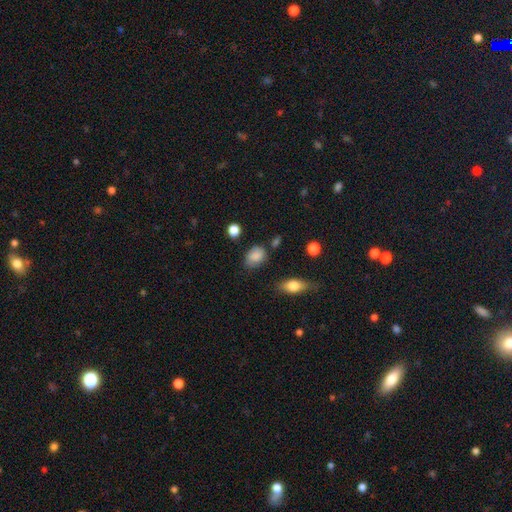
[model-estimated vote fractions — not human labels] smooth-or-featured: smooth: 84% | star or artifact: 9% | featured or disk: 7%
  how-rounded: in between: 69% | round: 29% | cigar-shaped: 2%
  merging: none: 66% | minor disturbance: 24% | major disturbance: 6% | merger: 4%